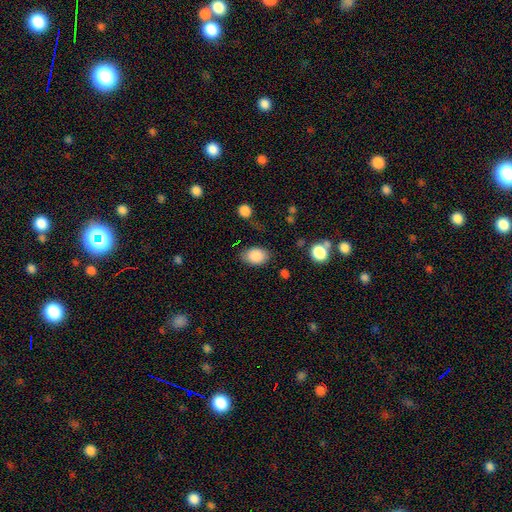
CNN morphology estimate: smooth-or-featured: smooth: 86% | star or artifact: 8% | featured or disk: 6%
  how-rounded: in between: 81% | round: 18% | cigar-shaped: 1%
  merging: none: 77% | minor disturbance: 16% | major disturbance: 5% | merger: 2%